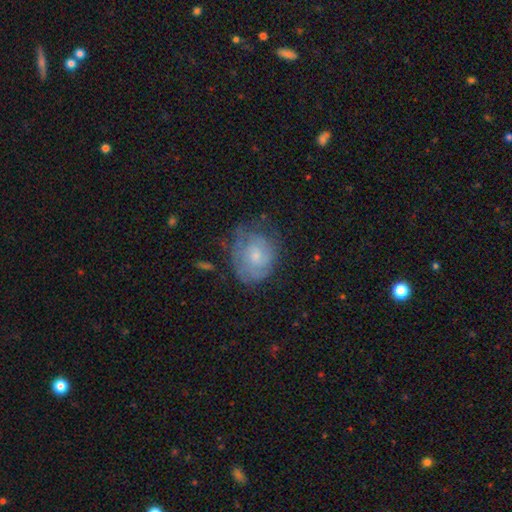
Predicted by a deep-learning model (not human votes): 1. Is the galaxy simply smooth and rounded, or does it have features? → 56% featured or disk, 35% smooth, 9% star or artifact.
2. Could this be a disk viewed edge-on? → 97% no, 3% yes.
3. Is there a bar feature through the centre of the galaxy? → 77% no, 21% weak, 3% strong.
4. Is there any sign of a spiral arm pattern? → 74% yes, 26% no.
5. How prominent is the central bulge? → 60% small, 32% moderate, 4% none, 2% large, 1% dominant.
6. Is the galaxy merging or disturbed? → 60% none, 26% minor disturbance, 12% major disturbance, 2% merger.